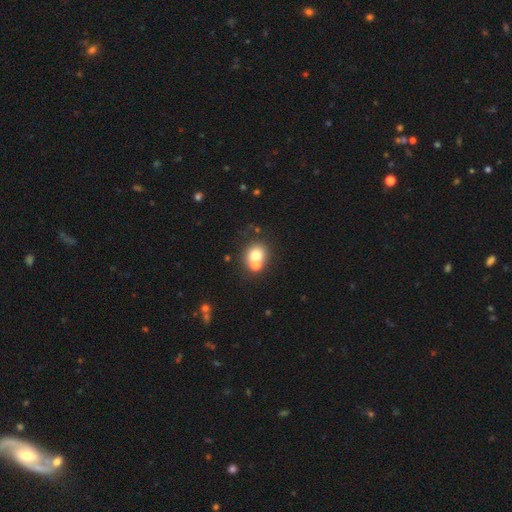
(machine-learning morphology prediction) Smooth or featured? Predicted: smooth (p=0.71). How rounded? Predicted: round (p=0.80). Merging? Predicted: none (p=0.51).